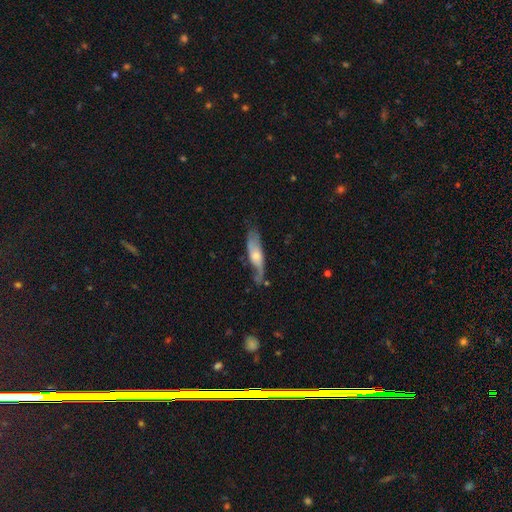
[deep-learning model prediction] Smooth or featured: featured or disk — 56% (smooth — 38%)
Edge-on disk: no — 63% (yes — 37%)
Merging: none — 52% (minor disturbance — 29%)